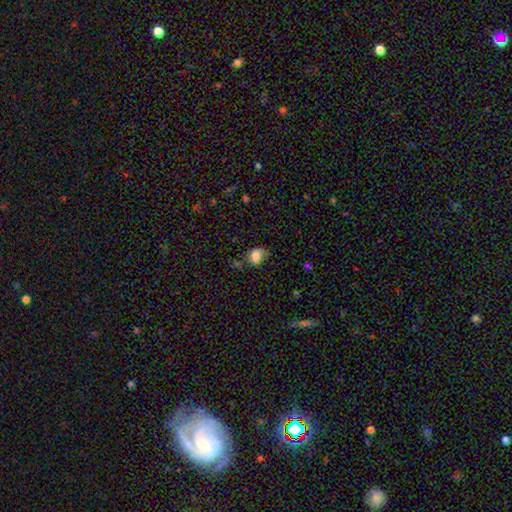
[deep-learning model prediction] This is clearly a smooth galaxy (80%). How rounded: likely in between (68%). Merging: possibly none (49%).